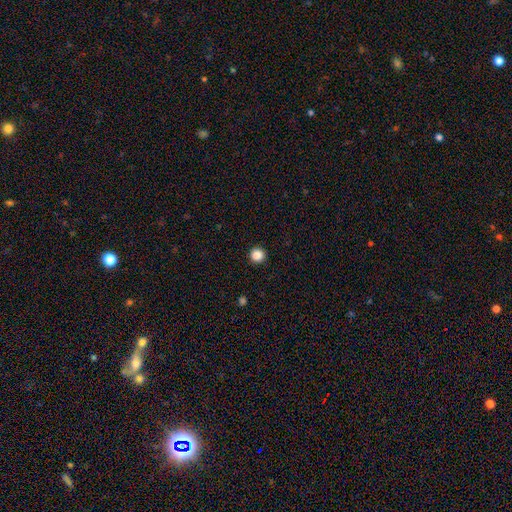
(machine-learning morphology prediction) A smooth galaxy with no disk features (86%) that is round (95%). Merging: none (93%).